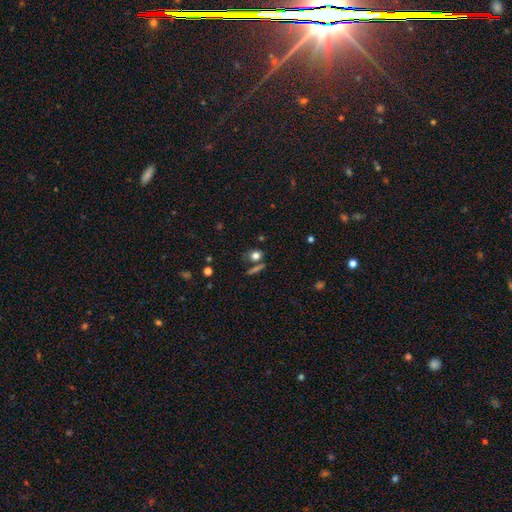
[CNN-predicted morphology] This is likely a smooth galaxy (74%). How rounded: possibly round (56%). Merging: likely none (69%).